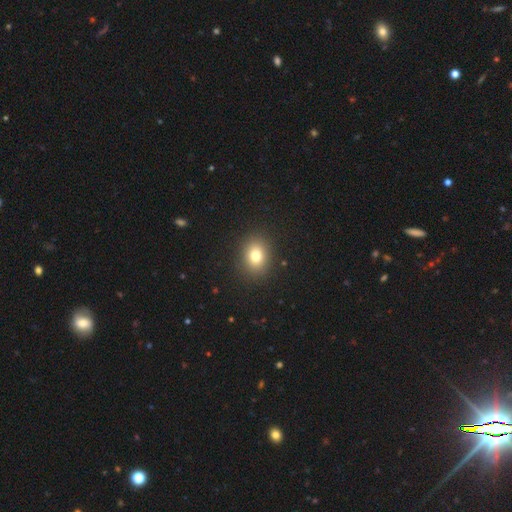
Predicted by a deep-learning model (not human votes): smooth_or_featured: smooth (p=0.78) [alt: star or artifact p=0.13]
how_rounded: round (p=0.51) [alt: in between p=0.48]
merging: none (p=0.89) [alt: minor disturbance p=0.07]